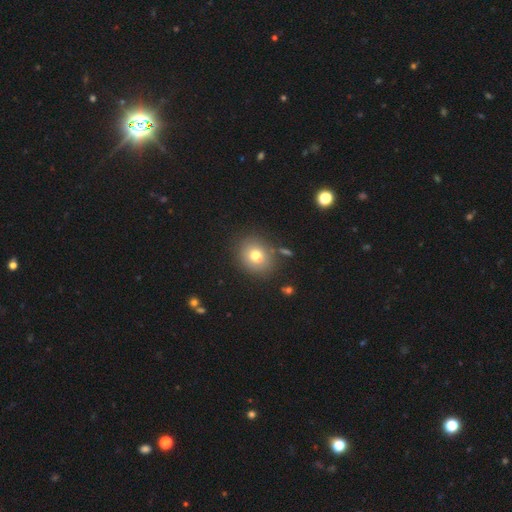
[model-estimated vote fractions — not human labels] smooth_or_featured: smooth (p=0.75) [alt: featured or disk p=0.13]
how_rounded: round (p=0.69) [alt: in between p=0.30]
merging: none (p=0.82) [alt: minor disturbance p=0.10]